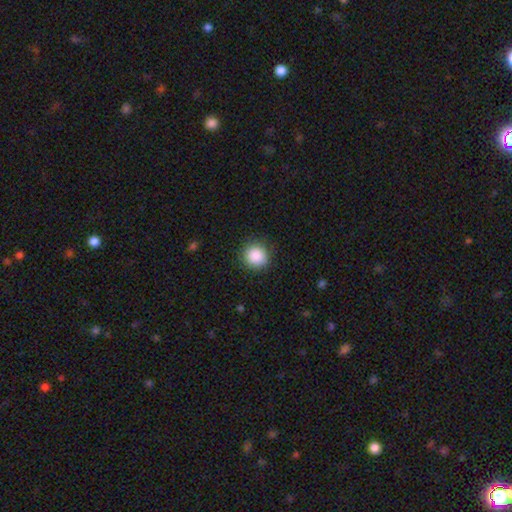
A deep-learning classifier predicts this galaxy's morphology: Smooth or featured? smooth (88%)
How rounded? round (92%)
Merging? none (89%)